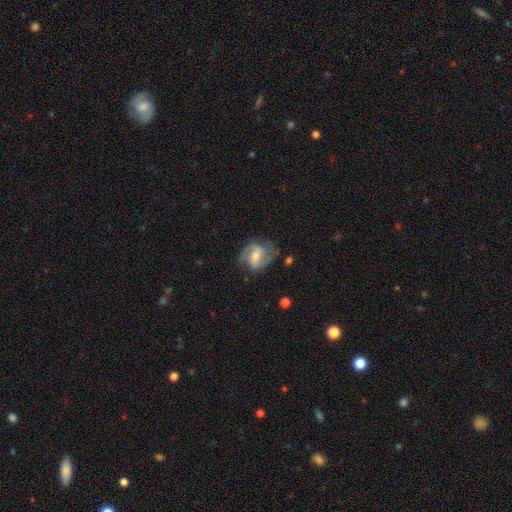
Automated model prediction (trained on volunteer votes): Overall: featured or disk (79%). Edge-on disk: no (97%). Bar: weak (49%; strong 28%). Spiral arms: yes (94%). Spiral arm count: 2 (86%). Spiral winding: medium (50%; loose 30%). Bulge size: moderate (49%; small 44%). Merging: none (72%).